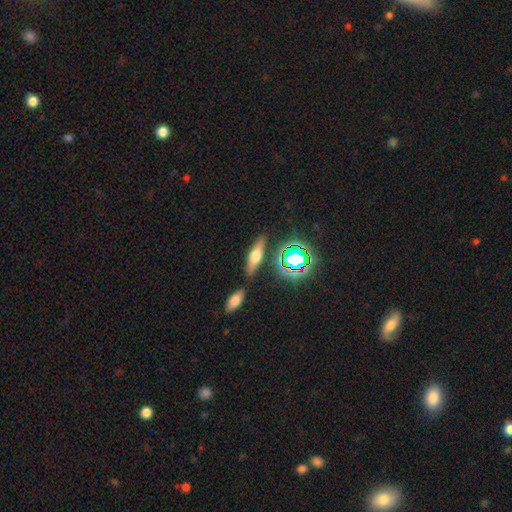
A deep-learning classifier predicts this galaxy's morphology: Smooth or featured? Predicted: smooth (p=0.43). Merging? Predicted: none (p=0.80).